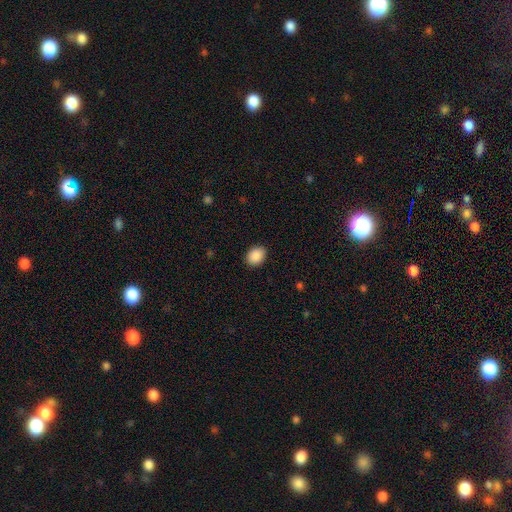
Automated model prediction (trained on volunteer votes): A smooth galaxy with no disk features (90%) that is in between round and cigar-shaped (64%).

Vote fractions:
- Smooth or featured? smooth: 90% / star or artifact: 7% / featured or disk: 3%
- How rounded? in between: 64% / round: 35% / cigar-shaped: 1%
- Merging? none: 89% / minor disturbance: 8% / major disturbance: 2% / merger: 1%